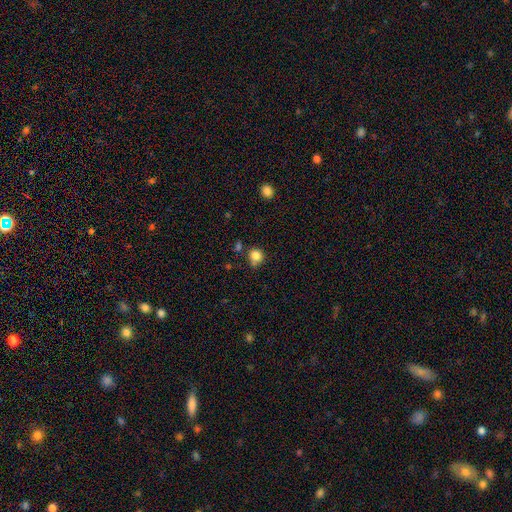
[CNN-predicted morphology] This appears to be a smooth galaxy with no disk features (83%) that is round (84%). Merging: none (65%).